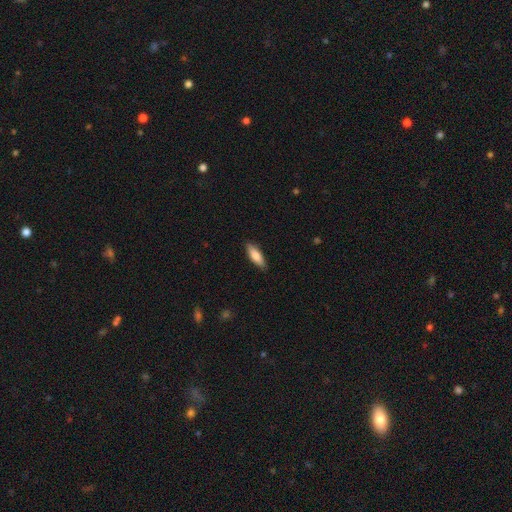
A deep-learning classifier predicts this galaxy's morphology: This is clearly a smooth galaxy (81%). How rounded: possibly in between (56%). Merging: clearly none (88%).